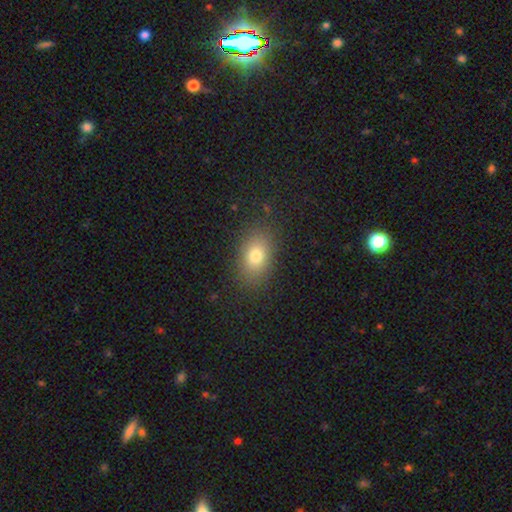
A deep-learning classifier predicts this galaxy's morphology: A smooth galaxy with no disk features (78%) that is in between round and cigar-shaped (82%). Merging: none (86%).